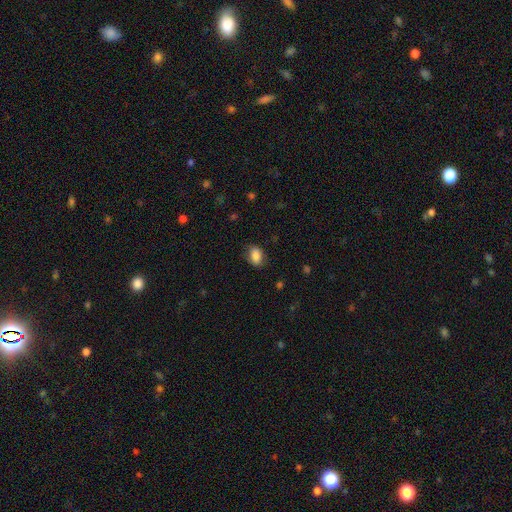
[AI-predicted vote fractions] Smooth or featured? smooth (86%)
How rounded? in between (82%)
Merging? none (78%)